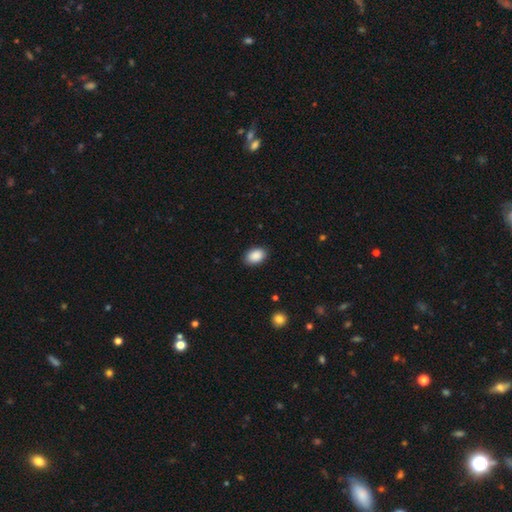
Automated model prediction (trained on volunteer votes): Smooth or featured? Predicted: smooth (p=0.90). How rounded? Predicted: in between (p=0.84). Merging? Predicted: none (p=0.87).